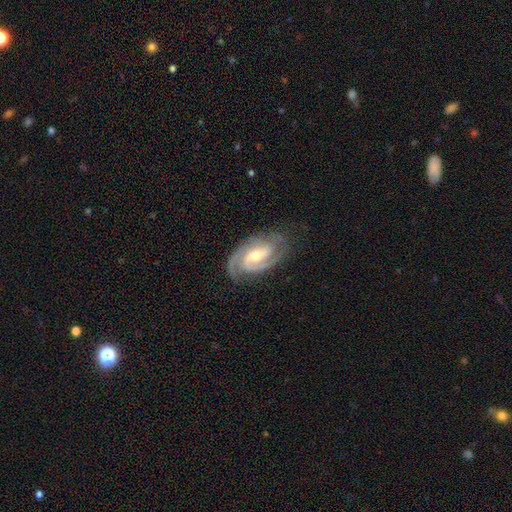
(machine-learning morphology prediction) This is clearly a featured or disk galaxy (90%). It is clearly not viewed edge-on (96%). Bar: marginally weak (43%). Spiral arm pattern: clearly yes (98%). Spiral arm count: likely 2 (70%). Spiral winding: possibly tight (56%). Central bulge: possibly moderate (56%). Merging: likely none (77%).